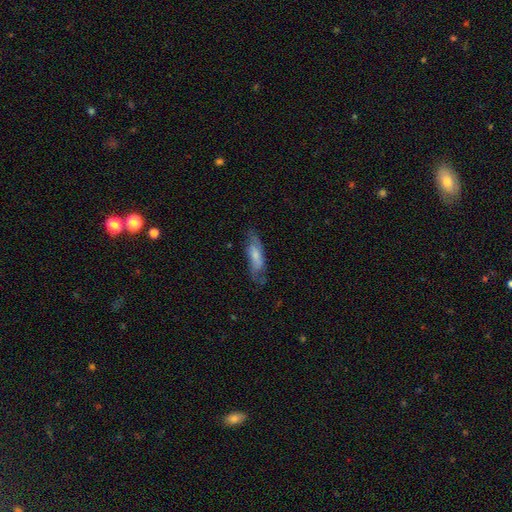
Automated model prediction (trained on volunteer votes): A smooth galaxy with no disk features (51%) that is in between round and cigar-shaped (49%, tied with cigar-shaped).

Vote fractions:
- Smooth or featured? smooth: 51% / featured or disk: 42% / star or artifact: 7%
- How rounded? in between: 49% (tied) / cigar-shaped: 49% (tied) / round: 2%
- Merging? none: 63% / minor disturbance: 25% / major disturbance: 11% / merger: 2%